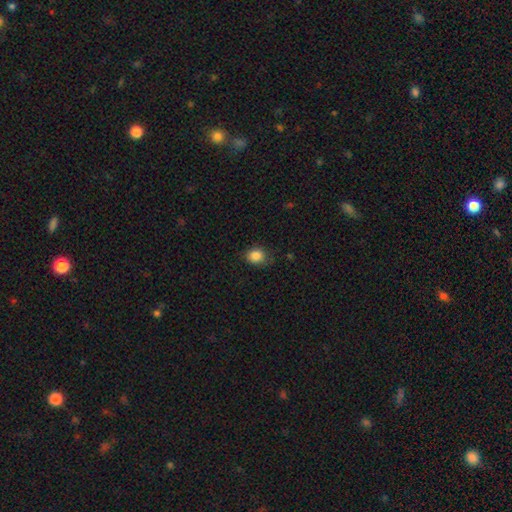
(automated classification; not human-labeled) The model was most divided on "how rounded": round: 60%, in between: 39%, cigar-shaped: 1%. More confident: smooth or featured — smooth (86%); merging — none (77%).